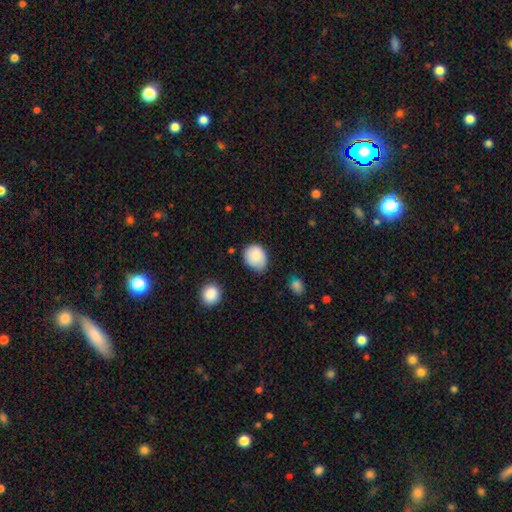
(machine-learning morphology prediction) Smooth or featured? smooth (85%)
How rounded? round (51%)
Merging? none (59%)